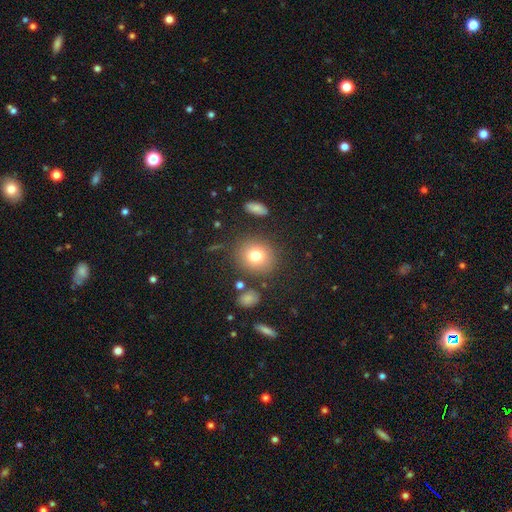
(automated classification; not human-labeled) The model was most divided on "smooth or featured": smooth: 76%, star or artifact: 12%, featured or disk: 12%. More confident: how rounded — round (83%); merging — none (82%).